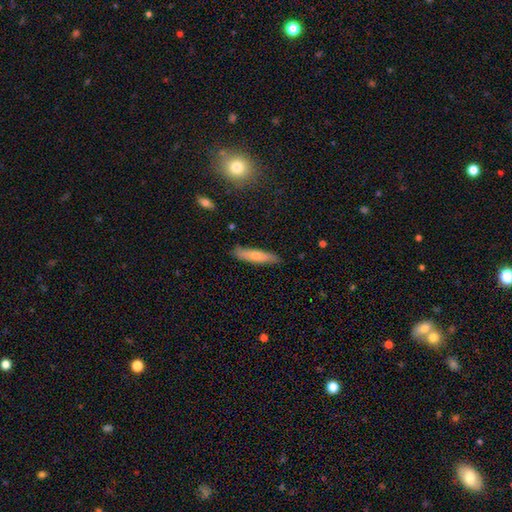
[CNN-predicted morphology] Q: Smooth or featured?
A: smooth (69%); runner-up: featured or disk (25%)
Q: How rounded?
A: cigar-shaped (82%); runner-up: in between (17%)
Q: Merging?
A: none (85%); runner-up: minor disturbance (12%)